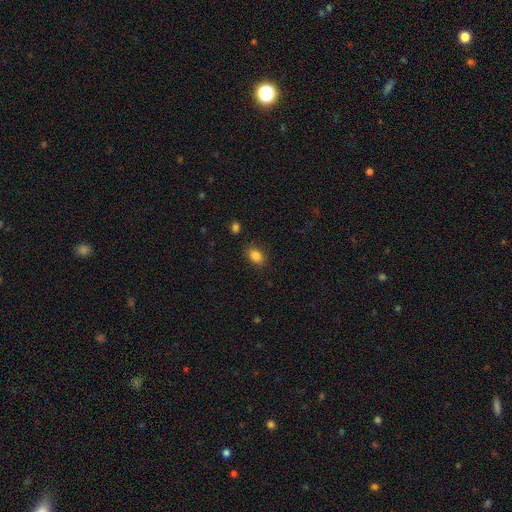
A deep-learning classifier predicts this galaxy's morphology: A smooth galaxy with no disk features (85%) that is in between round and cigar-shaped (79%).

Vote fractions:
- Smooth or featured? smooth: 85% / star or artifact: 10% / featured or disk: 5%
- How rounded? in between: 79% / round: 20% / cigar-shaped: 1%
- Merging? none: 86% / minor disturbance: 10% / major disturbance: 3% / merger: 2%